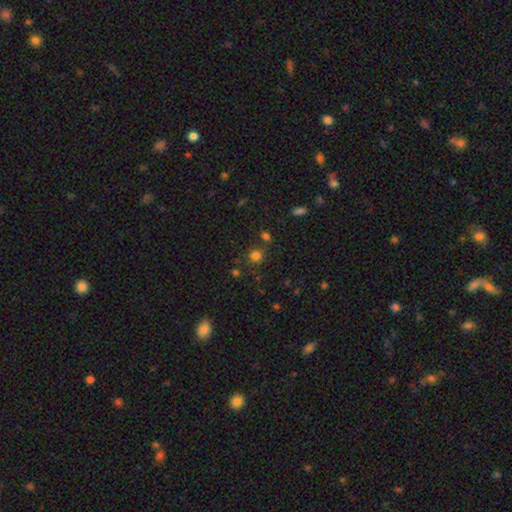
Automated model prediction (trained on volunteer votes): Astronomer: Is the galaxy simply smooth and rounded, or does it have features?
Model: smooth — 73%.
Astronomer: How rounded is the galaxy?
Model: round — 86%.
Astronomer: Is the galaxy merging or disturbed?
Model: none — 74%.